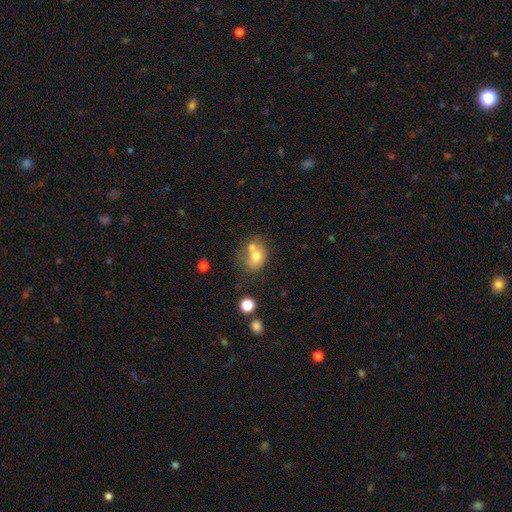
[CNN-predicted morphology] The model was most divided on "how rounded": round: 50%, in between: 49%, cigar-shaped: 1%. Remaining: smooth or featured — smooth (68%); merging — merger (48%).